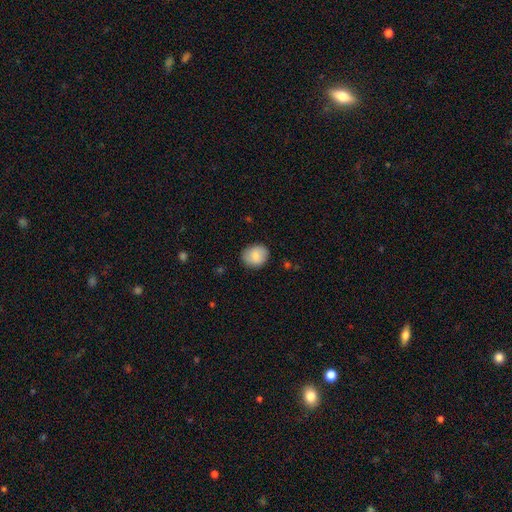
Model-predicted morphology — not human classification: smooth-or-featured: smooth: 82% | featured or disk: 11% | star or artifact: 7%
  how-rounded: round: 68% | in between: 31% | cigar-shaped: 1%
  merging: none: 86% | minor disturbance: 11% | major disturbance: 3% | merger: 1%